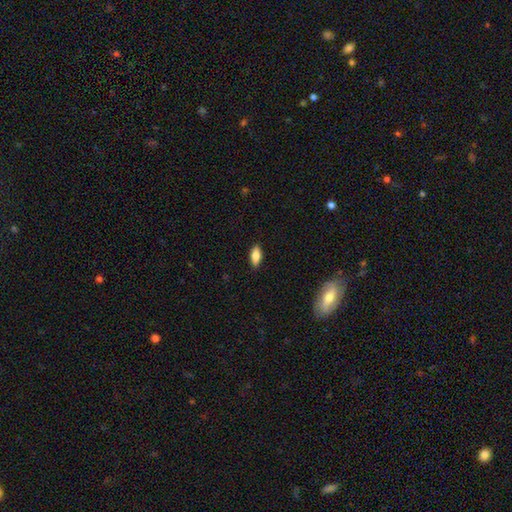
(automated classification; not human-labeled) The model was most divided on "how rounded": in between: 83%, cigar-shaped: 14%, round: 2%. More confident: merging — none (88%); smooth or featured — smooth (82%).